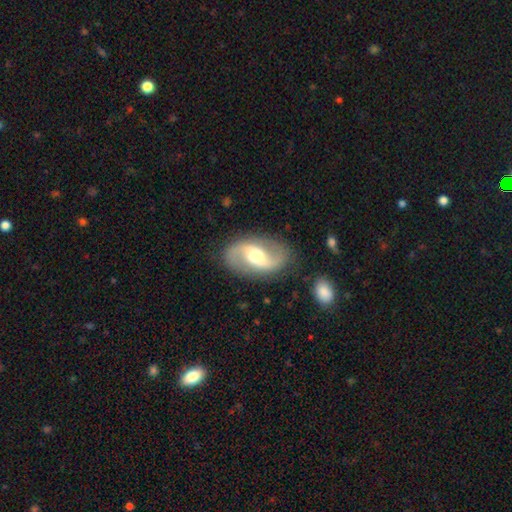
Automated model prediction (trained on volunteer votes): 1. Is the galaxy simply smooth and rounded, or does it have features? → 86% featured or disk, 10% smooth, 5% star or artifact.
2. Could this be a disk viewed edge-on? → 97% no, 3% yes.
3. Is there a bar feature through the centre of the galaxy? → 46% weak, 30% no, 24% strong.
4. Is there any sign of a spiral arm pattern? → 94% yes, 6% no.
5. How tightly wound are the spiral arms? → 52% loose, 39% medium, 8% tight.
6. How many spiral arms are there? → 94% 2, 2% can't tell, 1% 1, 1% 3, 1% 4, 1% more than 4.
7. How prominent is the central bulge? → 67% moderate, 20% large, 10% small, 2% dominant, 1% none.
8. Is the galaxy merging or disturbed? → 84% none, 10% minor disturbance, 4% major disturbance, 2% merger.